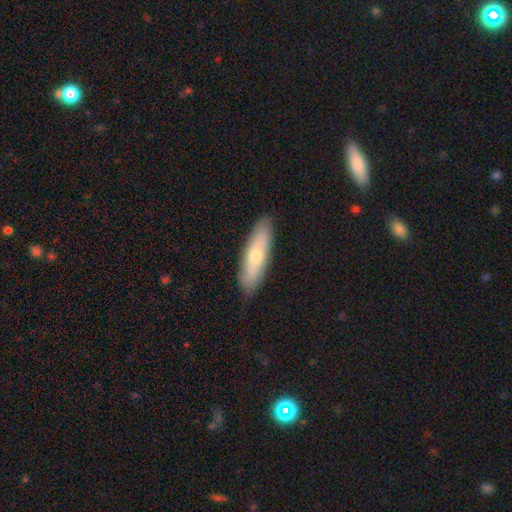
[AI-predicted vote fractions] smooth 61%, featured or disk 33%, star or artifact 6%. Down the decision tree: how rounded — cigar-shaped (56%); merging — none (86%).